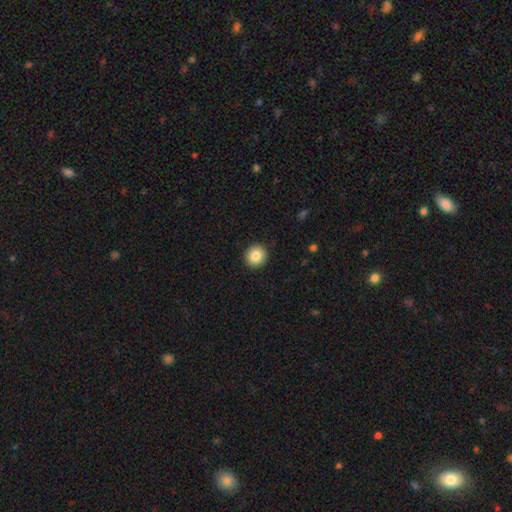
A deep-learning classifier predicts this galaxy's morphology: Smooth or featured?
  - smooth: 85% *
  - star or artifact: 9%
  - featured or disk: 6%
How rounded?
  - round: 94% *
  - in between: 5%
  - cigar-shaped: 1%
Merging?
  - none: 92% *
  - minor disturbance: 5%
  - major disturbance: 2%
  - merger: 1%